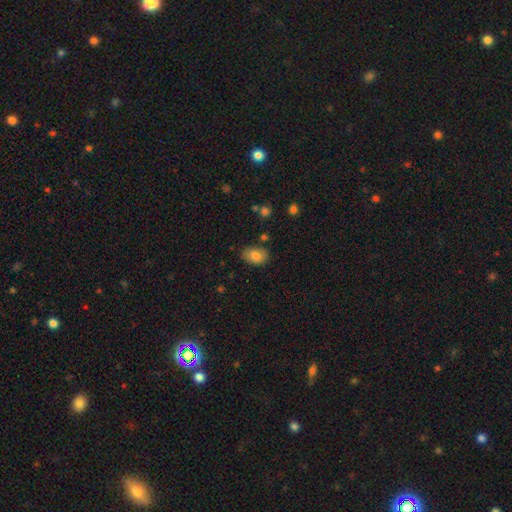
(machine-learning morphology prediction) Smooth or featured?
  - smooth: 81% *
  - featured or disk: 11%
  - star or artifact: 8%
How rounded?
  - in between: 87% *
  - round: 12%
  - cigar-shaped: 1%
Merging?
  - none: 76% *
  - minor disturbance: 17%
  - major disturbance: 3%
  - merger: 3%